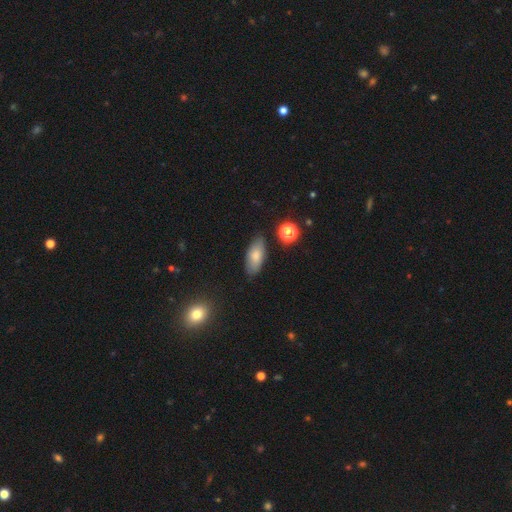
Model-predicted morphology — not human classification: This appears to be a smooth galaxy with no disk features (79%) that is in between round and cigar-shaped (83%). Merging: none (82%).